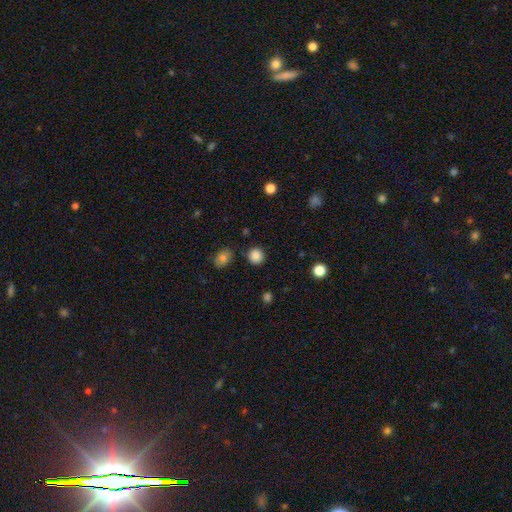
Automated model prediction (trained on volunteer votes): This appears to be a smooth galaxy with no disk features (86%) that is round (89%). Merging: none (87%).